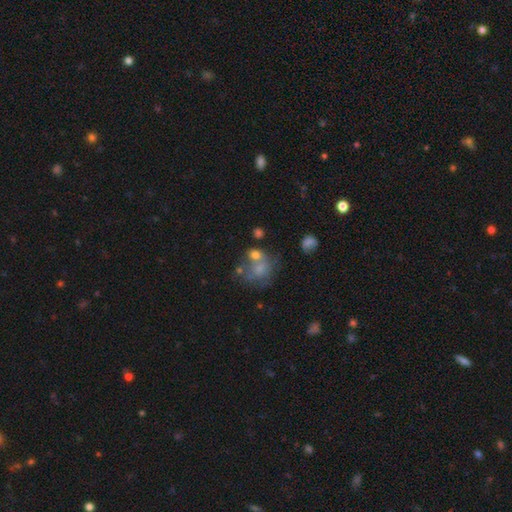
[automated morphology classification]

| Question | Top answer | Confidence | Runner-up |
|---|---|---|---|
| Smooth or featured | smooth | 62% | featured or disk (24%) |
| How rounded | round | 61% | in between (38%) |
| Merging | merger | 38% | none (31%) |